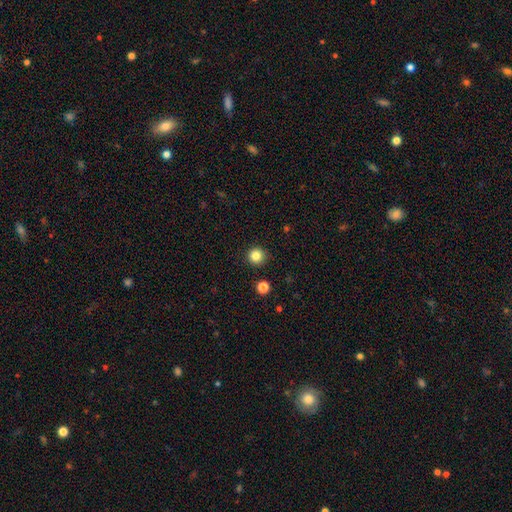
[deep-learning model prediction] This appears to be a smooth galaxy with no disk features (84%) that is round (96%). Merging: none (92%).